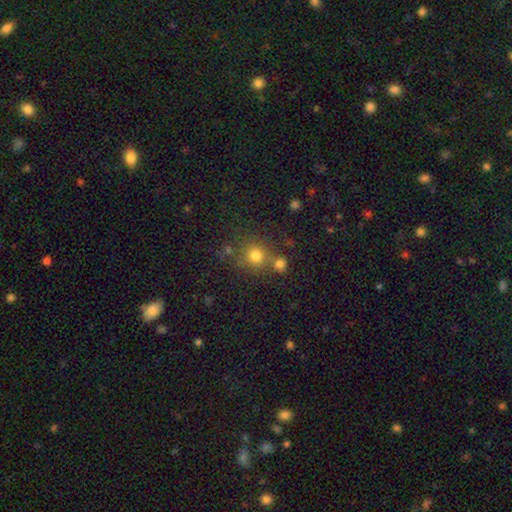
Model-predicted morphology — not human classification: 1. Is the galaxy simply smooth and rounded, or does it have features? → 76% smooth, 16% star or artifact, 8% featured or disk.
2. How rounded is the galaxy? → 90% round, 9% in between, 1% cigar-shaped.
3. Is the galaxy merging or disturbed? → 64% none, 21% merger, 10% minor disturbance, 5% major disturbance.